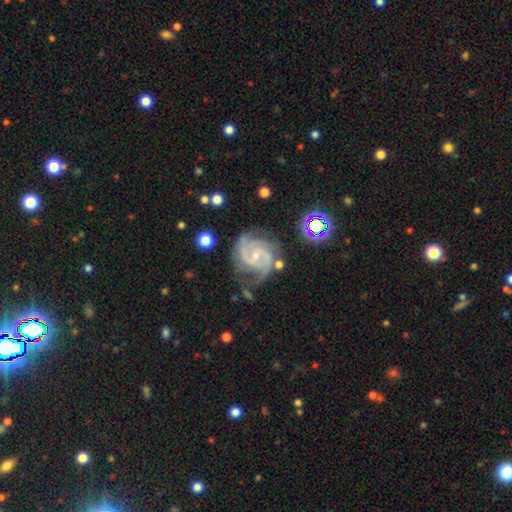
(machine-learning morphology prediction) Smooth or featured? Predicted: featured or disk (p=0.89). Edge-on disk? Predicted: no (p=0.98). Bar? Predicted: no (p=0.51). Spiral arms? Predicted: yes (p=0.98). Spiral winding? Predicted: medium (p=0.48). Spiral arm count? Predicted: 2 (p=0.60). Bulge size? Predicted: small (p=0.70). Merging? Predicted: none (p=0.59).